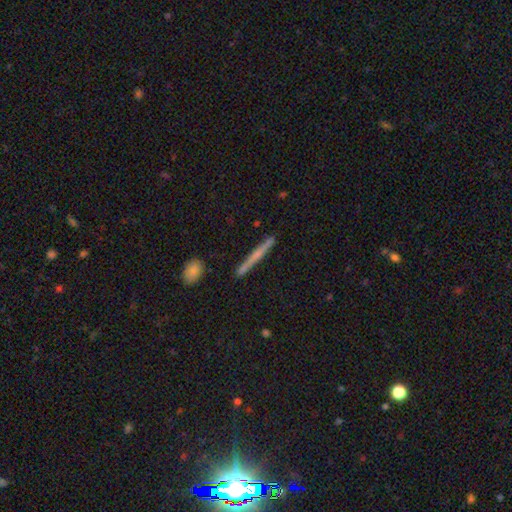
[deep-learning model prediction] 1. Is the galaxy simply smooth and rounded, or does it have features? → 57% featured or disk, 35% smooth, 9% star or artifact.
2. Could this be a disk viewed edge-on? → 97% yes, 3% no.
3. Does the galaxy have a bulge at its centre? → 50% rounded, 43% none, 7% boxy.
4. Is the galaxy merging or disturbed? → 88% none, 8% minor disturbance, 2% merger, 2% major disturbance.